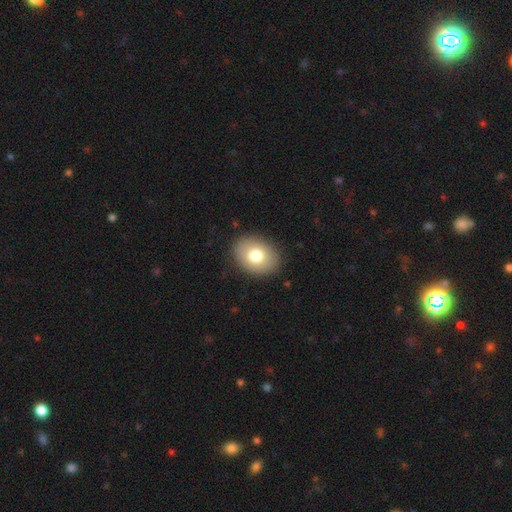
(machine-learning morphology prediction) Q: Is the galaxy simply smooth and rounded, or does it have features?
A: smooth — 77%.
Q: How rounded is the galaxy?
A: in between — 70%.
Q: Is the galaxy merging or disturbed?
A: none — 88%.